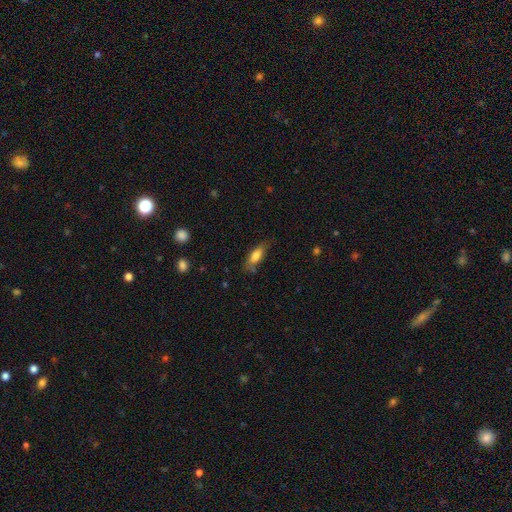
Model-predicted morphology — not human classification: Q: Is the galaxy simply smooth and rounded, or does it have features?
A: smooth — 73%.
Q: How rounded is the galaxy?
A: in between — 66%.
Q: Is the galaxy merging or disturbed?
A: none — 64%.